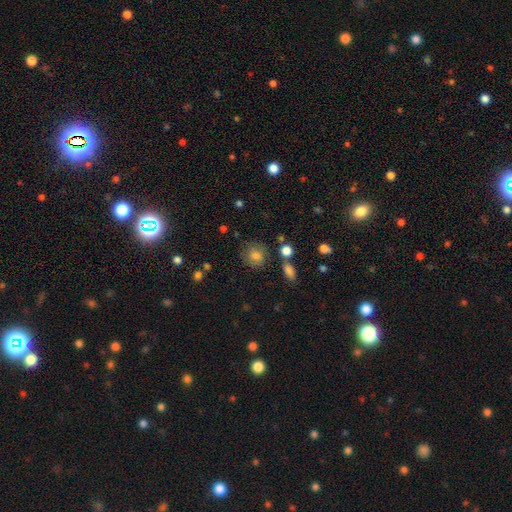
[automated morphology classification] This is likely a smooth galaxy (79%). How rounded: clearly round (84%). Merging: likely none (80%).